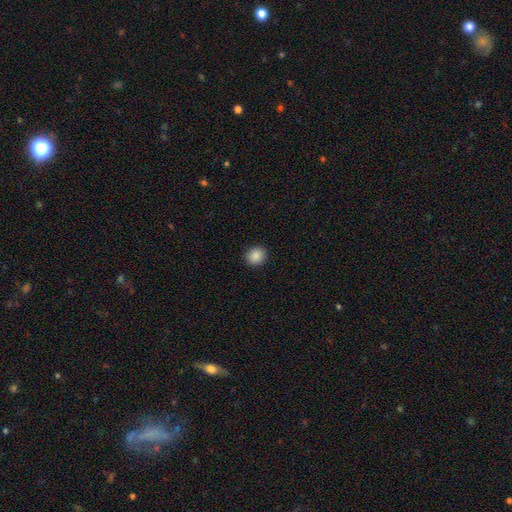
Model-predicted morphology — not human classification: Smooth or featured? Predicted: smooth (p=0.88). How rounded? Predicted: round (p=0.75). Merging? Predicted: none (p=0.92).